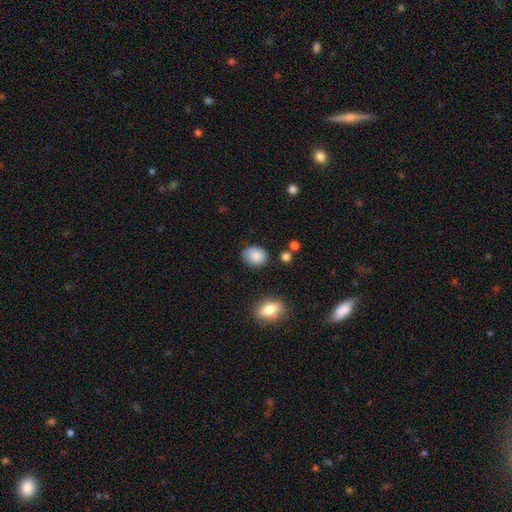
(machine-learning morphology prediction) smooth 84%, star or artifact 8%, featured or disk 7%. Down the decision tree: how rounded — round (51%); merging — none (75%).